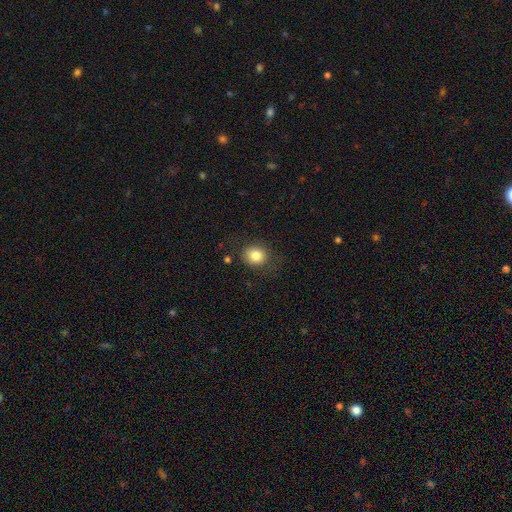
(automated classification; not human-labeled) Q: Smooth or featured?
A: smooth (82%); runner-up: star or artifact (10%)
Q: How rounded?
A: round (70%); runner-up: in between (29%)
Q: Merging?
A: none (78%); runner-up: minor disturbance (14%)